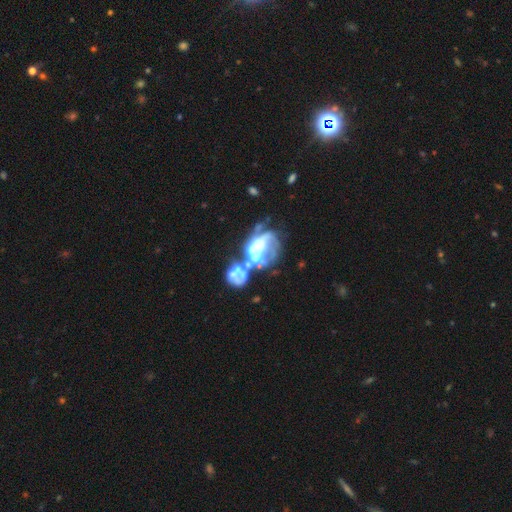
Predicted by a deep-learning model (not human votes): featured or disk 68%, smooth 18%, star or artifact 14%. Down the decision tree: edge-on disk — no (98%); bar — no (89%); spiral arms — no (87%); bulge size — none (44%); merging — merger (40%).